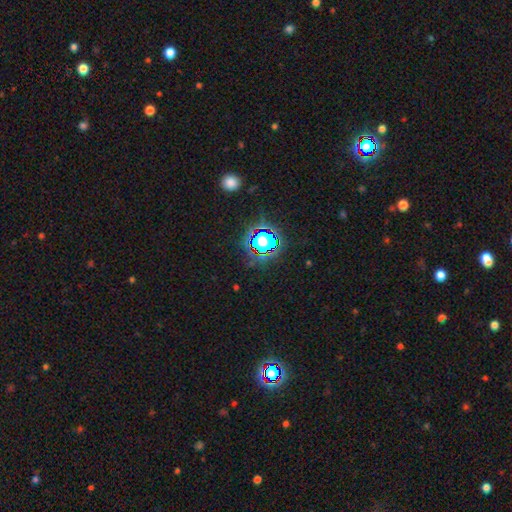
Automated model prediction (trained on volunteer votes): This appears to be a star or artifact, not a galaxy (81%).